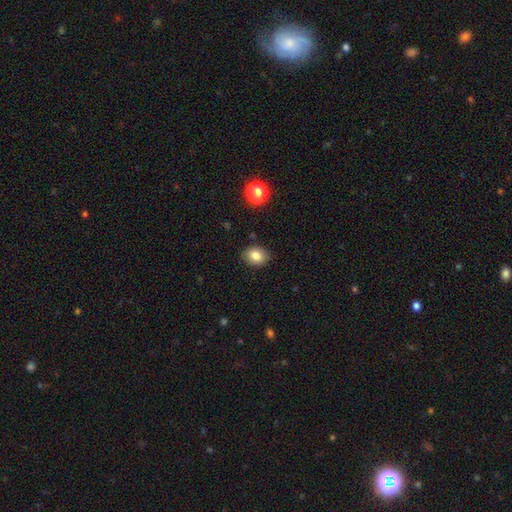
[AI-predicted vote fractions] This appears to be a smooth galaxy with no disk features (83%) that is in between round and cigar-shaped (60%). Merging: none (86%).